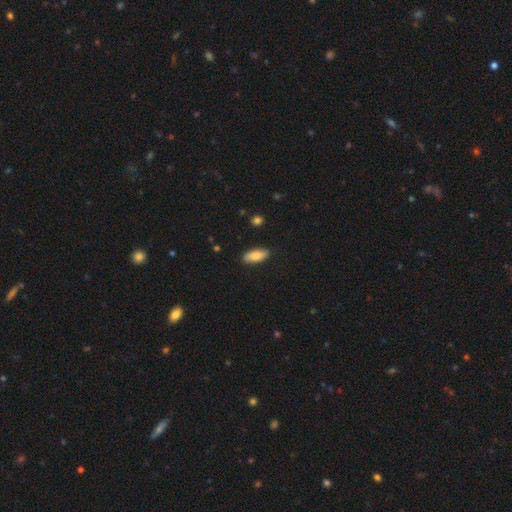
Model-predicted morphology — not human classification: type=smooth (80%); roundness=in between (79%); merging=none (86%).